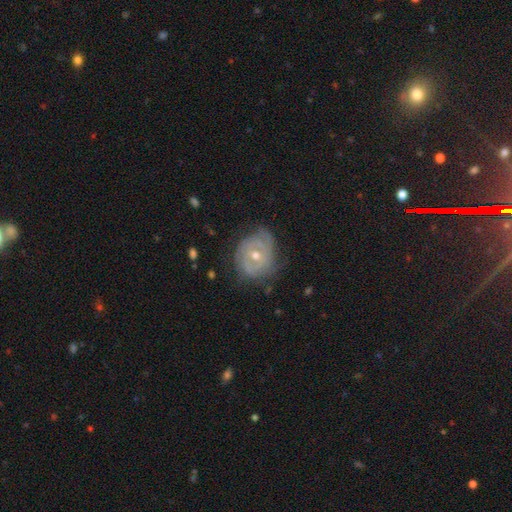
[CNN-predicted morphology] Smooth or featured?
  - featured or disk: 76% *
  - smooth: 16%
  - star or artifact: 8%
Edge-on disk?
  - no: 97% *
  - yes: 3%
Bar?
  - no: 70% *
  - weak: 25%
  - strong: 6%
Spiral arms?
  - yes: 85% *
  - no: 15%
Spiral winding?
  - tight: 69% *
  - medium: 23%
  - loose: 7%
Spiral arm count?
  - can't tell: 39% *
  - 2: 27%
  - 3: 18%
  - 1: 6%
  - 4: 6%
  - more than 4: 4%
Bulge size?
  - moderate: 58% *
  - small: 39%
  - large: 1%
  - none: 1%
  - dominant: 1%
Merging?
  - none: 67% *
  - minor disturbance: 24%
  - major disturbance: 8%
  - merger: 1%